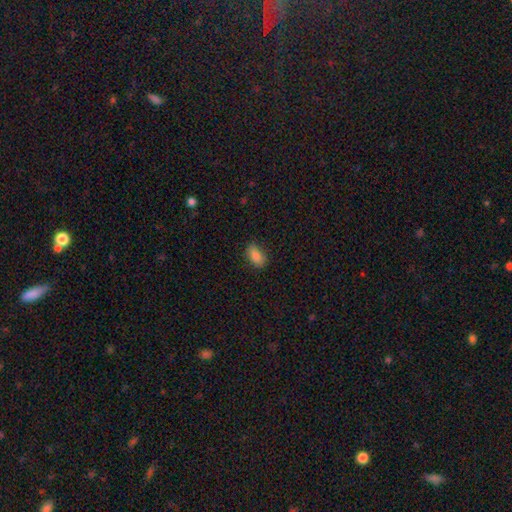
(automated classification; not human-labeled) The model was most divided on "merging": none: 83%, minor disturbance: 14%, major disturbance: 3%, merger: 1%. More confident: how rounded — in between (89%); smooth or featured — smooth (82%).